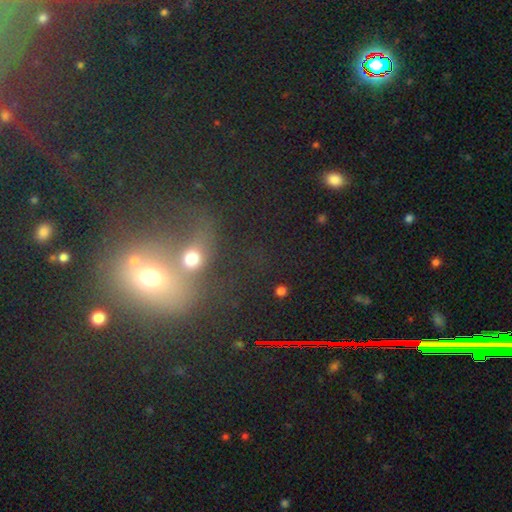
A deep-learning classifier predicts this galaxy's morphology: A smooth galaxy with no disk features (42%).

Vote fractions:
- Smooth or featured? smooth: 42% / star or artifact: 41% / featured or disk: 17%
- Merging? merger: 49% / none: 34% / minor disturbance: 9% / major disturbance: 8%